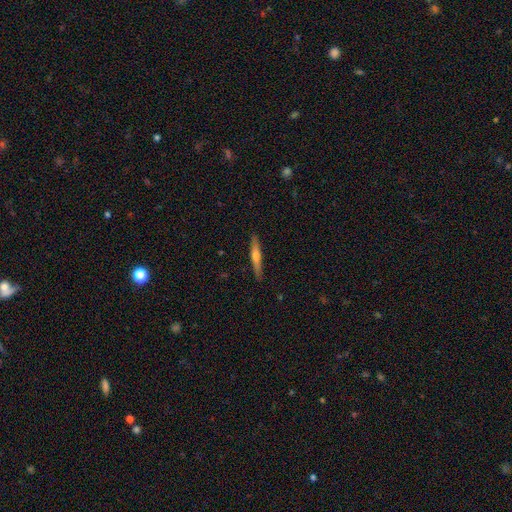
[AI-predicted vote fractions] smooth-or-featured: featured or disk: 51% | smooth: 43% | star or artifact: 6%
  disk-edge-on: yes: 96% | no: 4%
  merging: none: 90% | minor disturbance: 7% | major disturbance: 1% | merger: 1%